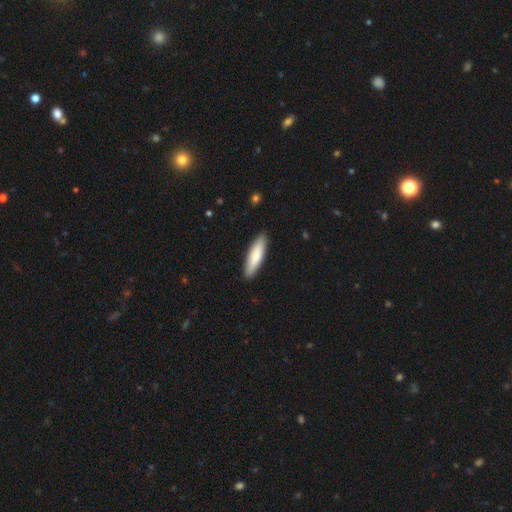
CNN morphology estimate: Smooth or featured?
  - smooth: 80% *
  - featured or disk: 15%
  - star or artifact: 5%
How rounded?
  - cigar-shaped: 70% *
  - in between: 29%
  - round: 1%
Merging?
  - none: 90% *
  - minor disturbance: 8%
  - major disturbance: 1%
  - merger: 1%